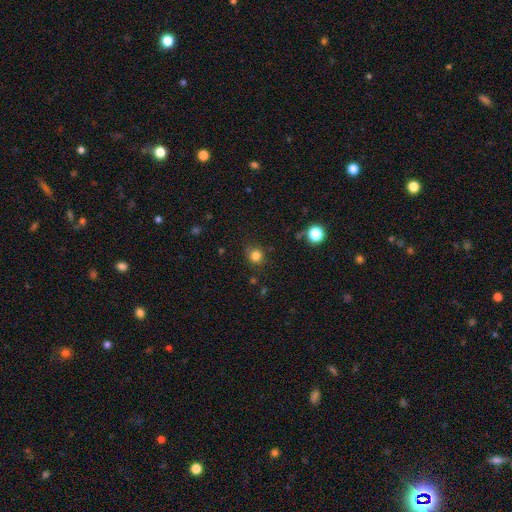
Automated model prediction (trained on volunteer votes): smooth_or_featured: smooth (p=0.81) [alt: star or artifact p=0.14]
how_rounded: round (p=0.88) [alt: in between p=0.11]
merging: none (p=0.81) [alt: minor disturbance p=0.13]